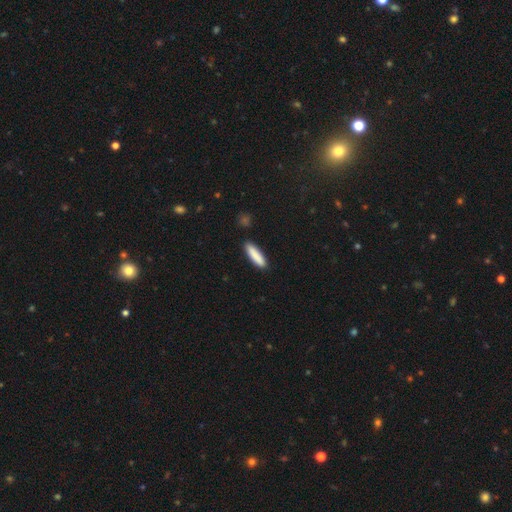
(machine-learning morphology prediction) A smooth galaxy with no disk features (87%) that is cigar-shaped (75%).

Vote fractions:
- Smooth or featured? smooth: 87% / featured or disk: 7% / star or artifact: 6%
- How rounded? cigar-shaped: 75% / in between: 23% / round: 1%
- Merging? none: 88% / minor disturbance: 9% / merger: 2% / major disturbance: 2%